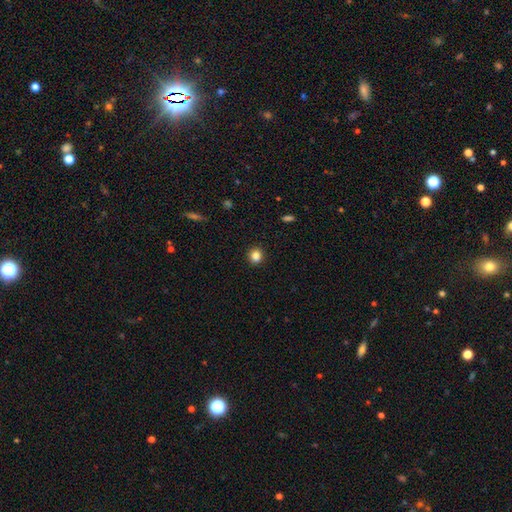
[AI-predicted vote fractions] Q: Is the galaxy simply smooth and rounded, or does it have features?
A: smooth — 85%.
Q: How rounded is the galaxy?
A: round — 79%.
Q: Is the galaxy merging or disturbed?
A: none — 92%.